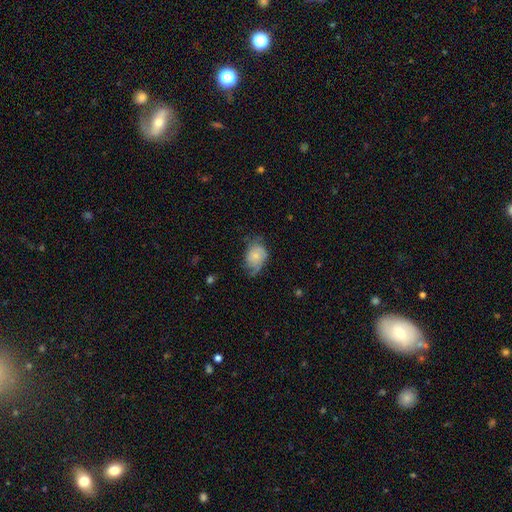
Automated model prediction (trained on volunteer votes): Smooth or featured? Predicted: smooth (p=0.58). How rounded? Predicted: in between (p=0.69). Merging? Predicted: none (p=0.41).